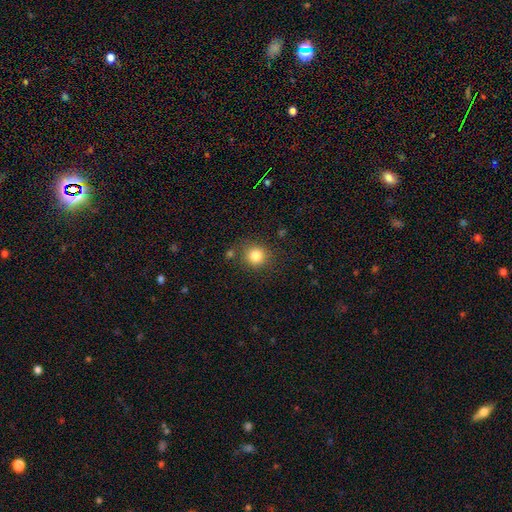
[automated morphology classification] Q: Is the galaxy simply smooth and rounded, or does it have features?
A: smooth — 83%.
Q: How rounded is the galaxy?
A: round — 87%.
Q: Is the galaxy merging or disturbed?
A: none — 80%.